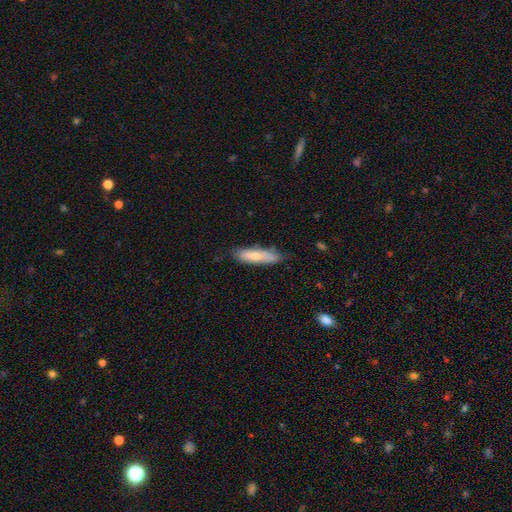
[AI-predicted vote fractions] Smooth or featured? Predicted: smooth (p=0.72). How rounded? Predicted: cigar-shaped (p=0.76). Merging? Predicted: none (p=0.73).